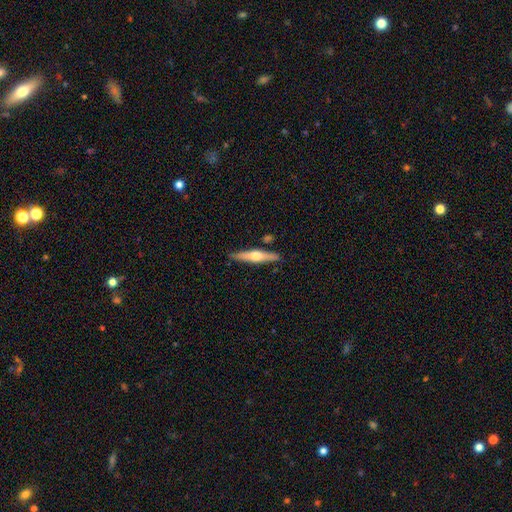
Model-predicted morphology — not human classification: Overall: featured or disk (57%; smooth 38%). Edge-on disk: yes (96%). Edge-on bulge: rounded (91%). Merging: none (84%).